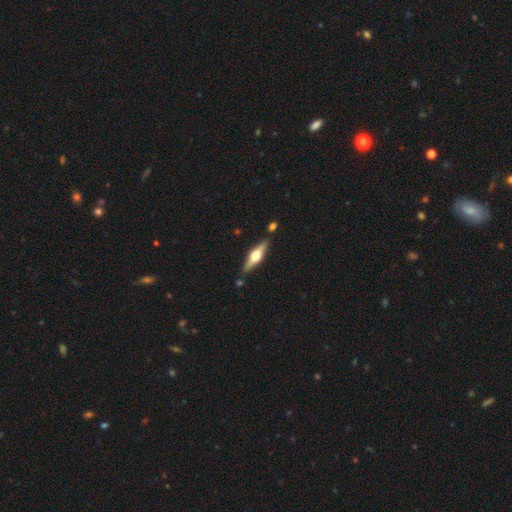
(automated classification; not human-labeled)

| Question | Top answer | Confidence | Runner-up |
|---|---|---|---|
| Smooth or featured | featured or disk | 66% | smooth (29%) |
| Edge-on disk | yes | 95% | no (5%) |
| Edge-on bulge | rounded | 94% | boxy (4%) |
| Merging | none | 84% | minor disturbance (10%) |